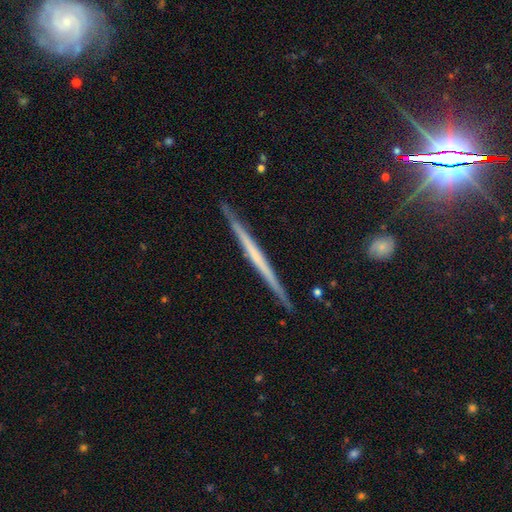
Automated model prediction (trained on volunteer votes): This is likely a featured or disk galaxy (66%). It is clearly viewed edge-on (98%). Edge-on bulge: clearly none (84%). Merging: clearly none (91%).